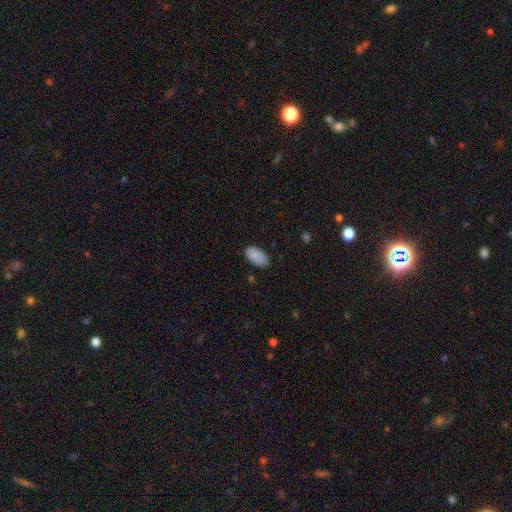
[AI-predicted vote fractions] Smooth or featured?
  - smooth: 89% *
  - star or artifact: 7%
  - featured or disk: 5%
How rounded?
  - in between: 95% *
  - round: 3%
  - cigar-shaped: 2%
Merging?
  - none: 82% *
  - minor disturbance: 14%
  - major disturbance: 3%
  - merger: 1%